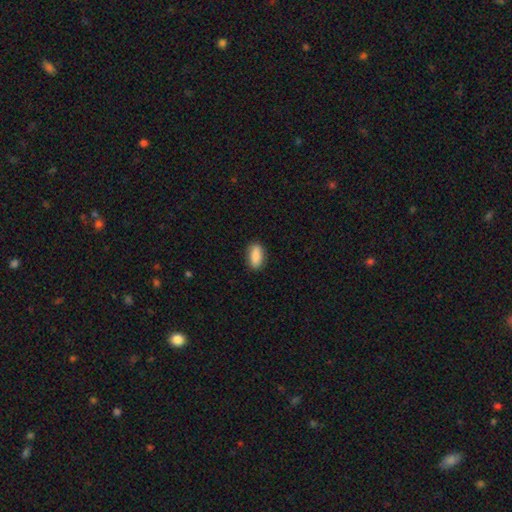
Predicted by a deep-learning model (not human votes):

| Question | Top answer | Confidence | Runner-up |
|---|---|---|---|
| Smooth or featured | smooth | 89% | star or artifact (7%) |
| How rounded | in between | 86% | cigar-shaped (10%) |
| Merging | none | 87% | minor disturbance (10%) |